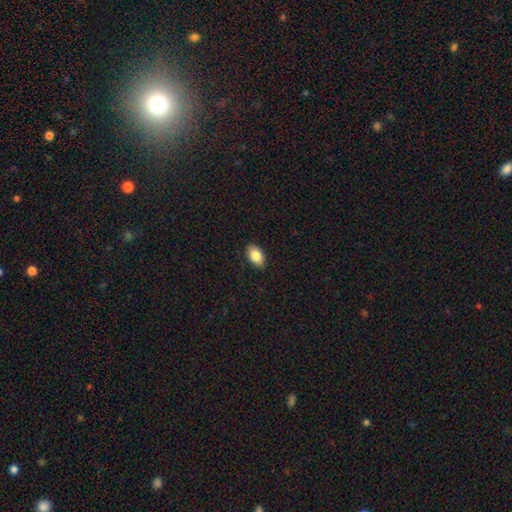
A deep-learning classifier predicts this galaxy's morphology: This is clearly a smooth galaxy (84%). How rounded: clearly in between (91%). Merging: clearly none (88%).